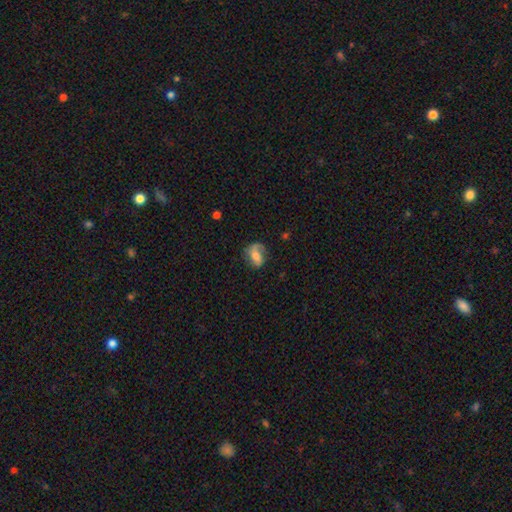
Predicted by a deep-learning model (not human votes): A smooth galaxy with no disk features (48%).

Vote fractions:
- Smooth or featured? smooth: 48% / featured or disk: 43% / star or artifact: 8%
- Merging? none: 53% / minor disturbance: 26% / major disturbance: 18% / merger: 2%